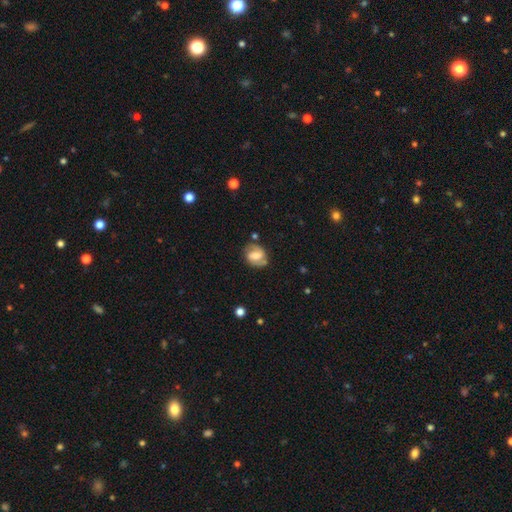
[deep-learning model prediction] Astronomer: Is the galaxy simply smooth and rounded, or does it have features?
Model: featured or disk — 64%.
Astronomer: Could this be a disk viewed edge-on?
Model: no — 97%.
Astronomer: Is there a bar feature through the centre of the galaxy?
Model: weak — 48% (runner-up: strong, 27%).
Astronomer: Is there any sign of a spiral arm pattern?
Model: yes — 88%.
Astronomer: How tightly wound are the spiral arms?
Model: medium — 48% (runner-up: tight, 30%).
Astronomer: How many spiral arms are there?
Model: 2 — 85%.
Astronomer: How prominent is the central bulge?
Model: moderate — 48% (runner-up: small, 30%).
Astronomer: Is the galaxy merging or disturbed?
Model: none — 71%.